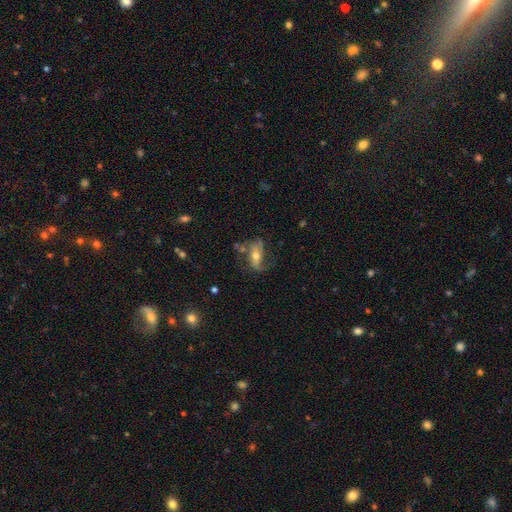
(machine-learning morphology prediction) This appears to be a featured or disk galaxy (63%) with no bar (46%), spiral arms (78%) and a moderate central bulge (68%). Merging: none (49%).